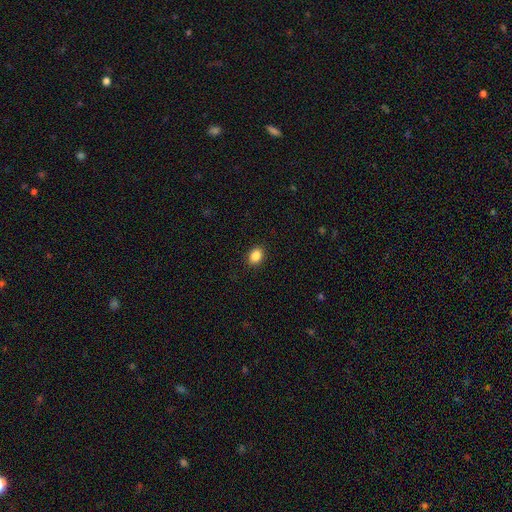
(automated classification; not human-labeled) Smooth or featured? smooth (87%)
How rounded? in between (64%)
Merging? none (90%)